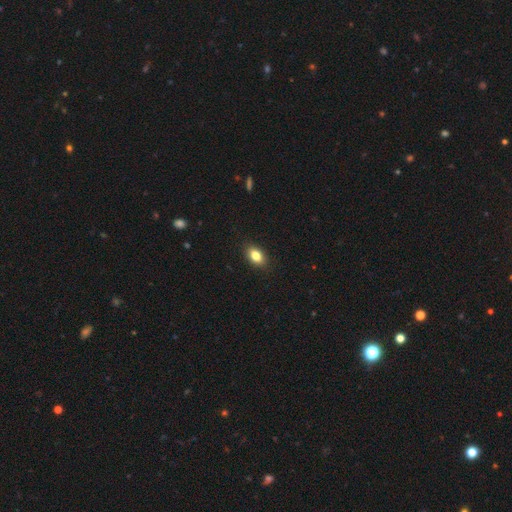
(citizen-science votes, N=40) Smooth or featured? 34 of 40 (85%) said smooth. How rounded? 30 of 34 (88%) said in between. Merging? 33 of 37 (89%) said none.